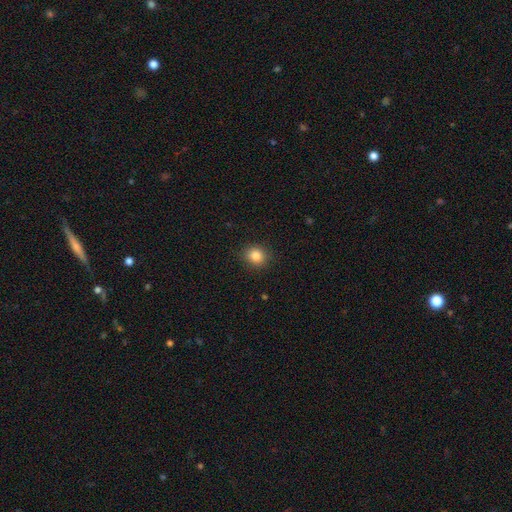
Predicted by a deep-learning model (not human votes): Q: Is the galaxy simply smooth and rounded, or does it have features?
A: smooth — 85%.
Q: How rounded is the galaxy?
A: round — 81%.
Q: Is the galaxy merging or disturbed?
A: none — 89%.